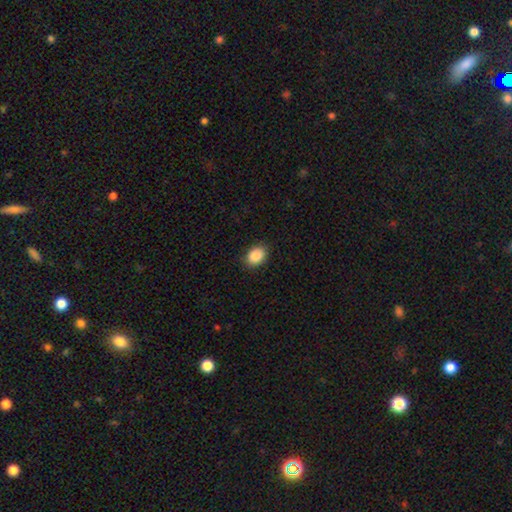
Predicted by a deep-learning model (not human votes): smooth 87%, star or artifact 8%, featured or disk 5%. Down the decision tree: how rounded — in between (71%); merging — none (88%).